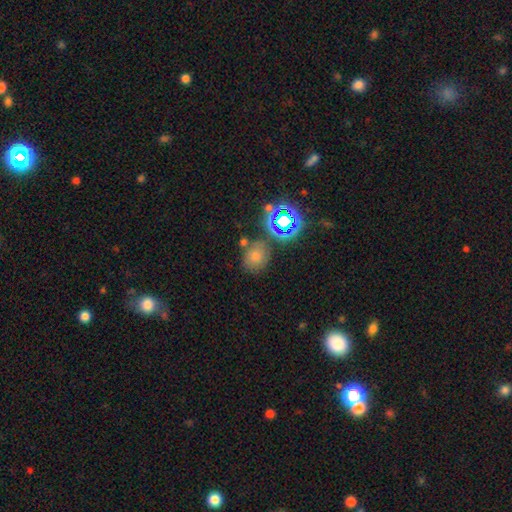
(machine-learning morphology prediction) Smooth or featured?
  - smooth: 66% *
  - star or artifact: 24%
  - featured or disk: 10%
How rounded?
  - round: 71% *
  - in between: 28%
  - cigar-shaped: 1%
Merging?
  - none: 69% *
  - minor disturbance: 14%
  - merger: 12%
  - major disturbance: 5%